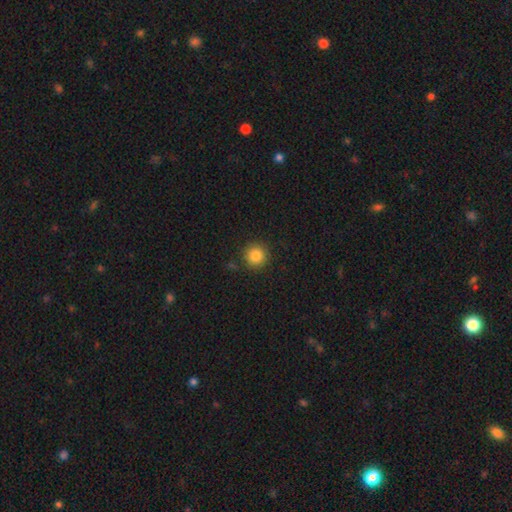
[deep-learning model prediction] smooth 84%, star or artifact 11%, featured or disk 5%. Down the decision tree: how rounded — round (95%); merging — none (89%).